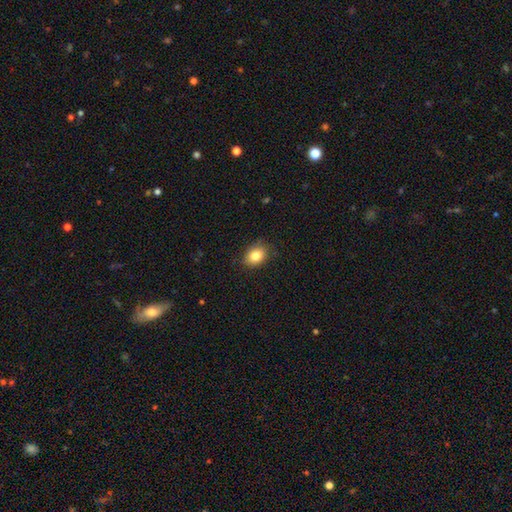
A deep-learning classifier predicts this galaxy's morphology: The model was most divided on "how rounded": in between: 67%, round: 32%, cigar-shaped: 1%. More confident: smooth or featured — smooth (84%); merging — none (84%).